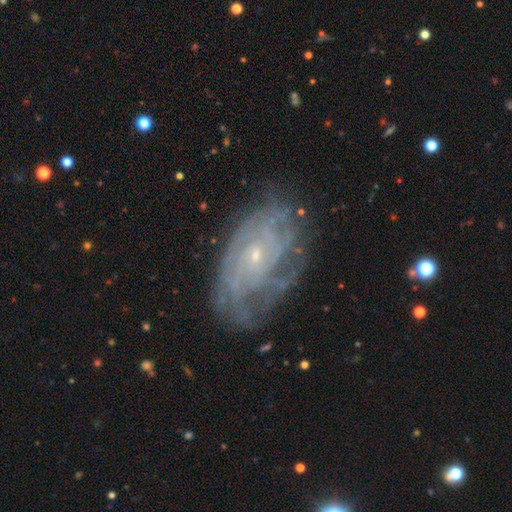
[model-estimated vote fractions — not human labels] This appears to be a featured or disk galaxy (79%) with no bar (77%), tight (71%) spiral arms (87%) and a small central bulge (82%). Merging: none (70%).